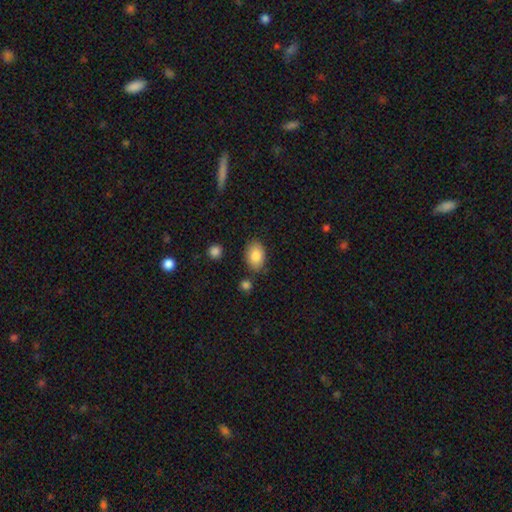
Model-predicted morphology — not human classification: smooth_or_featured: smooth (p=0.85) [alt: featured or disk p=0.08]
how_rounded: in between (p=0.88) [alt: round p=0.11]
merging: none (p=0.79) [alt: minor disturbance p=0.14]